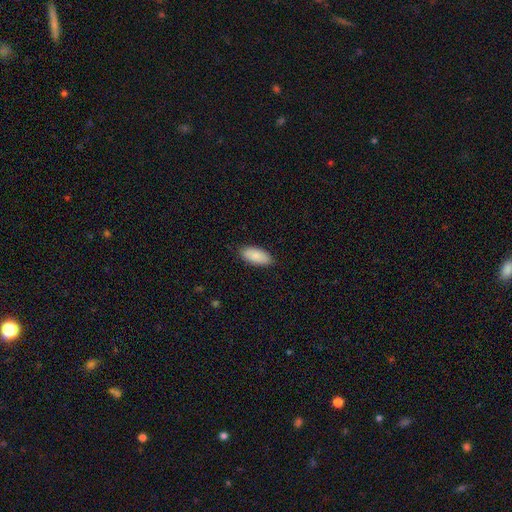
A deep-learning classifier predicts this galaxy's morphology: Q: Smooth or featured?
A: smooth (88%); runner-up: featured or disk (6%)
Q: How rounded?
A: in between (89%); runner-up: cigar-shaped (9%)
Q: Merging?
A: none (87%); runner-up: minor disturbance (10%)